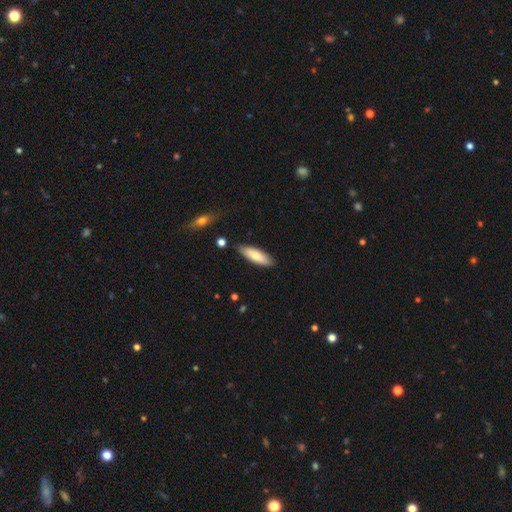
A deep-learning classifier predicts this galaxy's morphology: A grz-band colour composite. It shows a smooth galaxy with no disk features (68%) that is cigar-shaped (52%). Merging: none (82%).